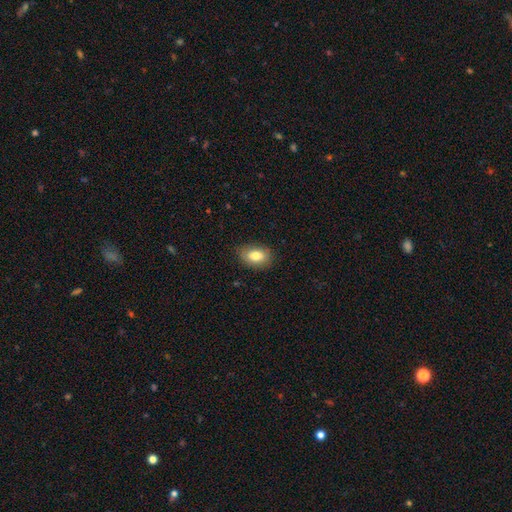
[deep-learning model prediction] Smooth or featured? Predicted: smooth (p=0.79). How rounded? Predicted: in between (p=0.86). Merging? Predicted: none (p=0.84).